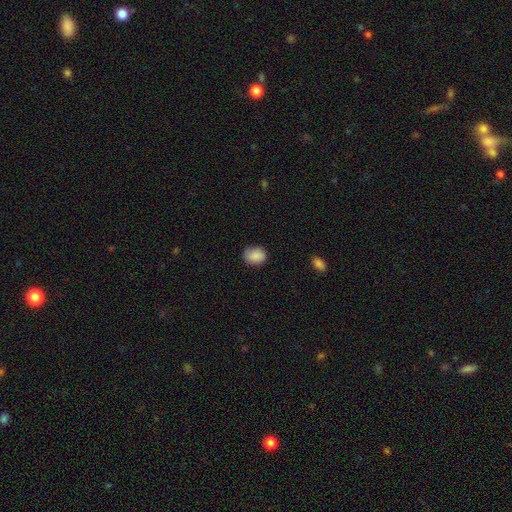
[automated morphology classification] smooth 87%, star or artifact 8%, featured or disk 5%. Down the decision tree: how rounded — round (50%); merging — none (75%).